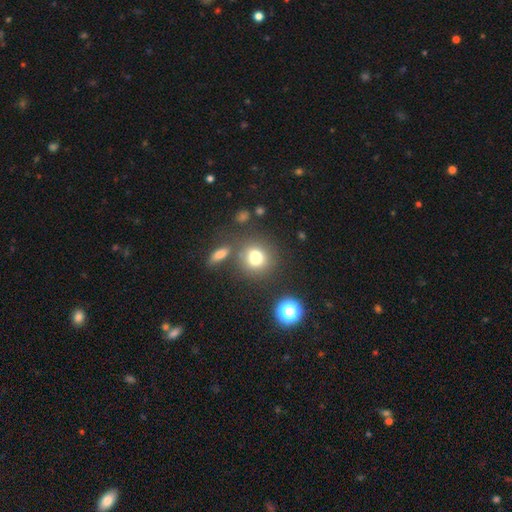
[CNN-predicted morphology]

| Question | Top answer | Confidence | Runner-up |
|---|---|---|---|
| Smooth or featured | smooth | 74% | star or artifact (15%) |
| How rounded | round | 75% | in between (23%) |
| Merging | none | 60% | merger (21%) |